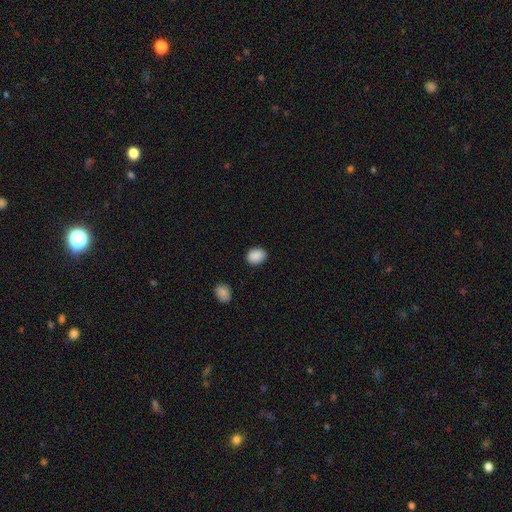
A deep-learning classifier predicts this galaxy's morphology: This appears to be a smooth galaxy with no disk features (89%) that is in between round and cigar-shaped (62%). Merging: none (87%).